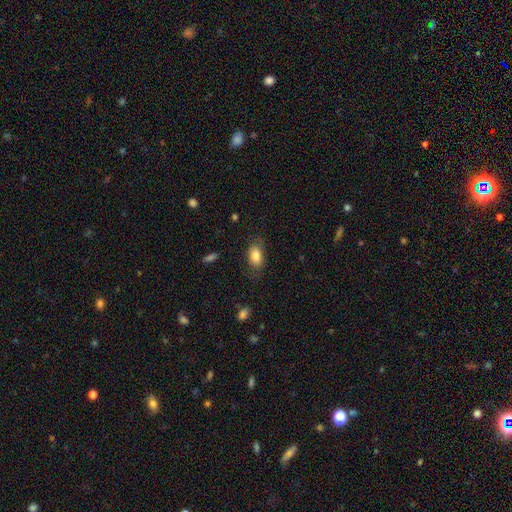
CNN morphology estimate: The model was most divided on "merging": none: 73%, minor disturbance: 18%, major disturbance: 7%, merger: 1%. More confident: how rounded — in between (89%); smooth or featured — smooth (82%).